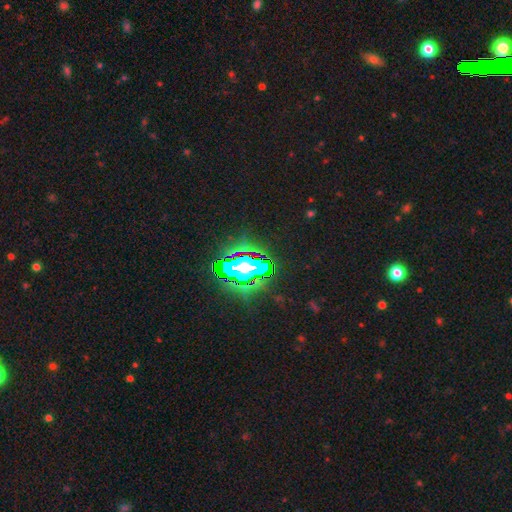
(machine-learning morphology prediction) A star or artifact, not a galaxy (83%).